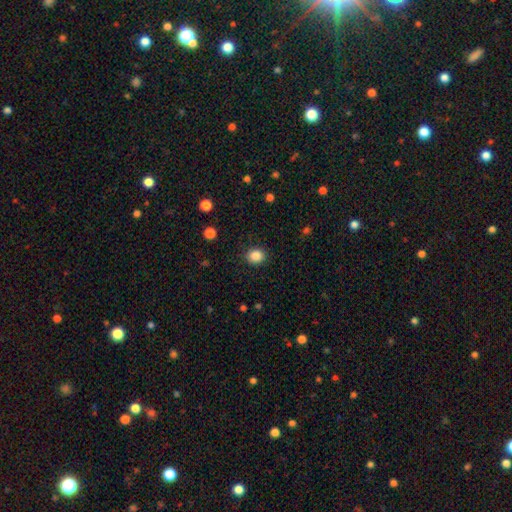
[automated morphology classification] smooth_or_featured: smooth (p=0.87) [alt: star or artifact p=0.10]
how_rounded: round (p=0.64) [alt: in between p=0.35]
merging: none (p=0.88) [alt: minor disturbance p=0.08]